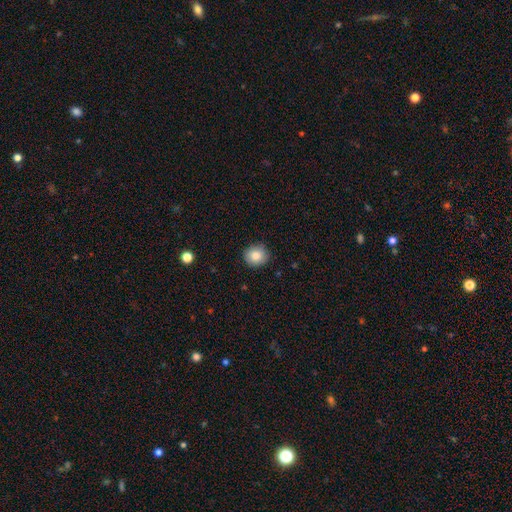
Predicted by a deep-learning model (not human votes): smooth 85%, star or artifact 9%, featured or disk 6%. Down the decision tree: how rounded — round (85%); merging — none (88%).